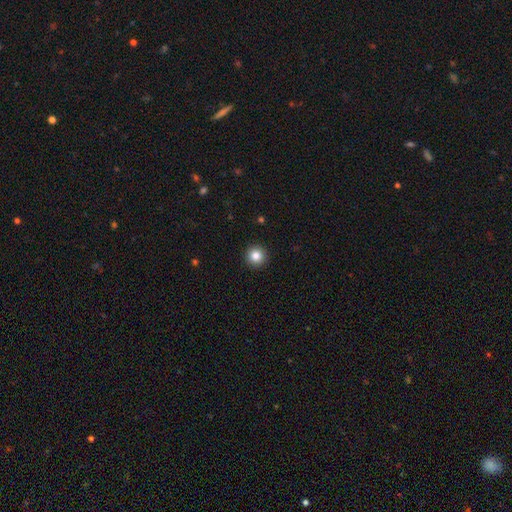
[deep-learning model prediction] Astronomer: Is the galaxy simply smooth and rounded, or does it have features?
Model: smooth — 84%.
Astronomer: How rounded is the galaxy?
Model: round — 96%.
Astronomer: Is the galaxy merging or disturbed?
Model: none — 93%.